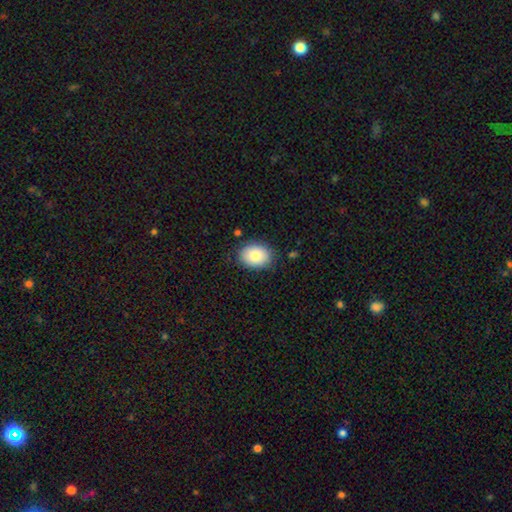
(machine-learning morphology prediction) smooth-or-featured: smooth: 84% | featured or disk: 8% | star or artifact: 8%
  how-rounded: in between: 65% | round: 35% | cigar-shaped: 1%
  merging: none: 84% | minor disturbance: 12% | major disturbance: 3% | merger: 1%